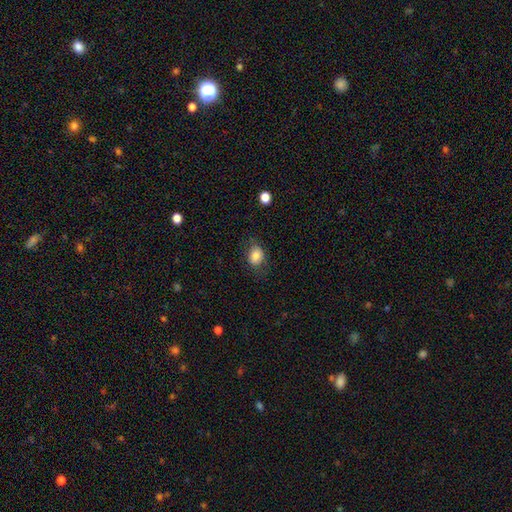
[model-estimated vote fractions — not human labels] A smooth galaxy with no disk features (80%) that is in between round and cigar-shaped (62%).

Vote fractions:
- Smooth or featured? smooth: 80% / featured or disk: 11% / star or artifact: 9%
- How rounded? in between: 62% / round: 37% / cigar-shaped: 1%
- Merging? none: 69% / minor disturbance: 21% / major disturbance: 8% / merger: 1%